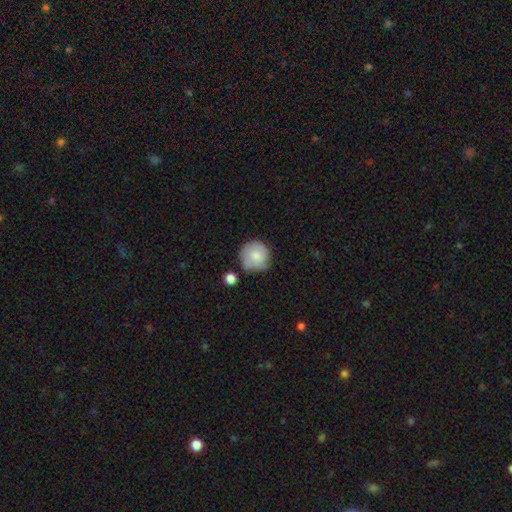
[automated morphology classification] smooth-or-featured: smooth: 81% | featured or disk: 12% | star or artifact: 7%
  how-rounded: round: 93% | in between: 6% | cigar-shaped: 1%
  merging: none: 64% | minor disturbance: 23% | merger: 8% | major disturbance: 6%